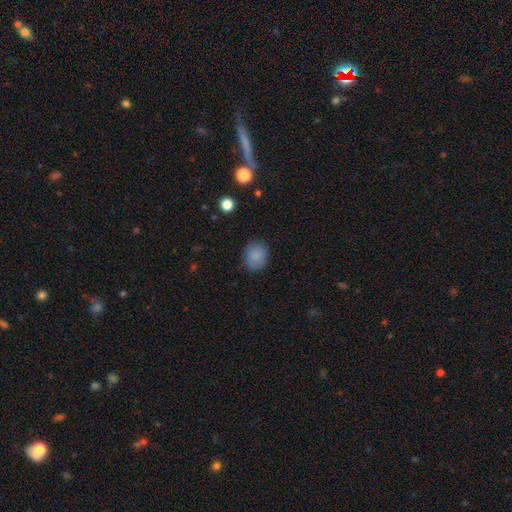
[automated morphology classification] Q: Smooth or featured?
A: smooth (86%); runner-up: star or artifact (9%)
Q: How rounded?
A: round (55%); runner-up: in between (45%)
Q: Merging?
A: none (83%); runner-up: minor disturbance (13%)